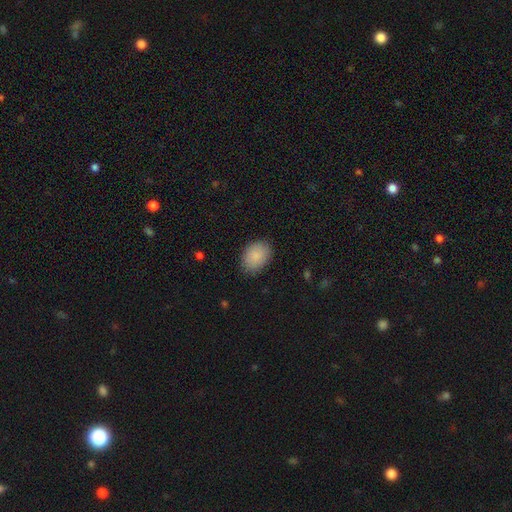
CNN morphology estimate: This is clearly a smooth galaxy (88%). How rounded: likely in between (78%). Merging: clearly none (85%).